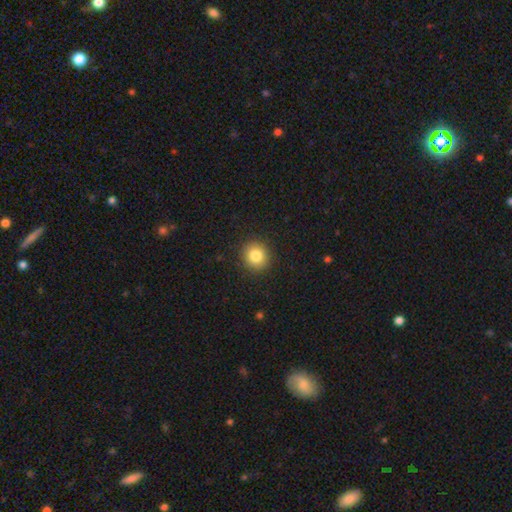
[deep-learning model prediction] A smooth galaxy with no disk features (82%) that is round (88%). Merging: none (91%).